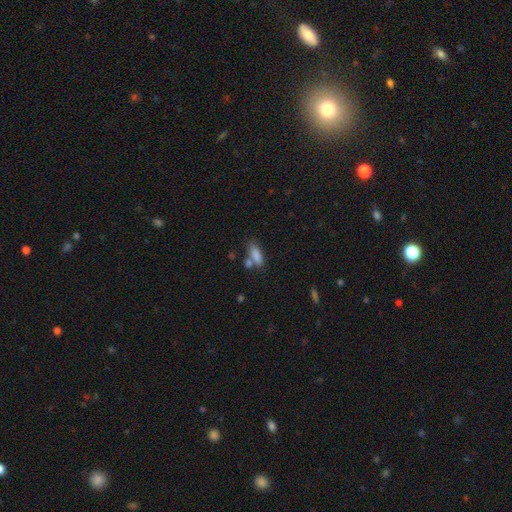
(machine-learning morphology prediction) smooth_or_featured: smooth (p=0.83) [alt: star or artifact p=0.09]
how_rounded: in between (p=0.66) [alt: cigar-shaped p=0.31]
merging: none (p=0.55) [alt: merger p=0.22]